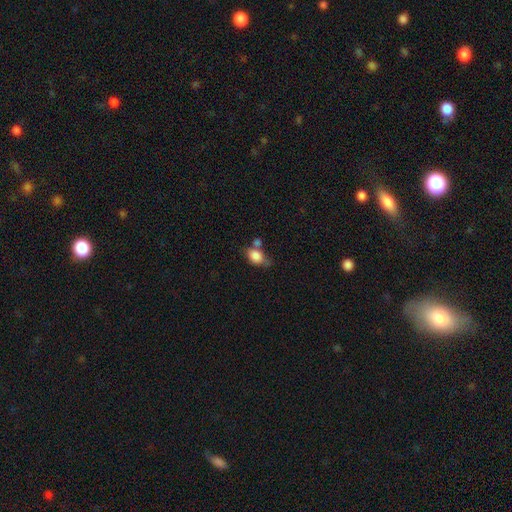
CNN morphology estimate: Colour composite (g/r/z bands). It shows a smooth galaxy with no disk features (81%) that is in between round and cigar-shaped (69%). Merging: none (37%).